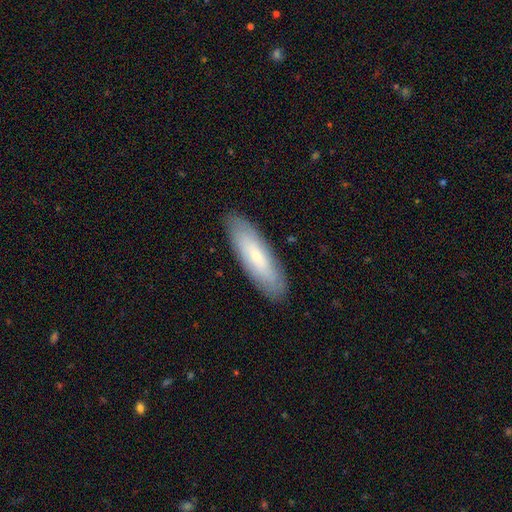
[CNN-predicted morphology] A smooth galaxy with no disk features (59%) that is cigar-shaped (54%). Merging: none (87%).